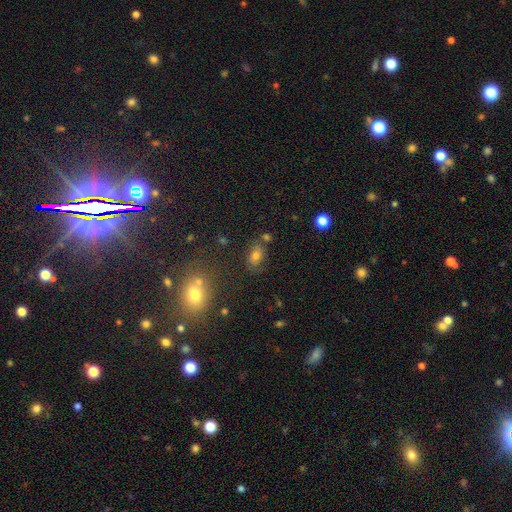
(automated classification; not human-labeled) This appears to be a smooth galaxy with no disk features (63%) that is in between round and cigar-shaped (79%). Merging: none (71%).